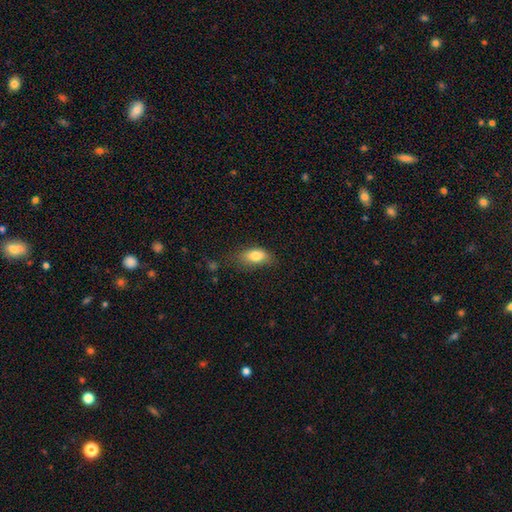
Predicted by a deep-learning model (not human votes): The model was most divided on "merging": none: 59%, minor disturbance: 29%, major disturbance: 10%, merger: 2%. More confident: how rounded — in between (87%); smooth or featured — smooth (80%).